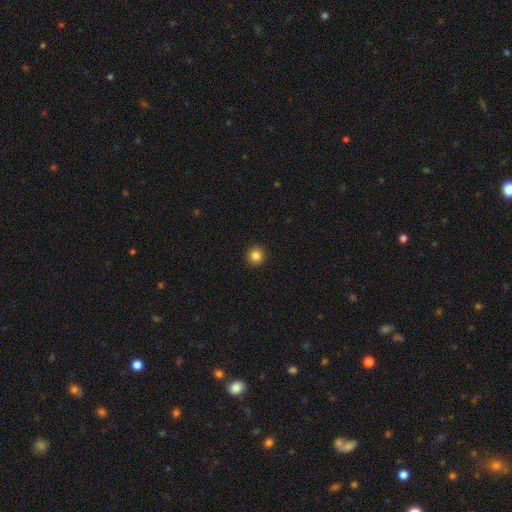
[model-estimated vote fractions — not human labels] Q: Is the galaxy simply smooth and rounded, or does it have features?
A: smooth — 85%.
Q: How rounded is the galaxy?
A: round — 94%.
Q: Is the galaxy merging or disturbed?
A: none — 93%.